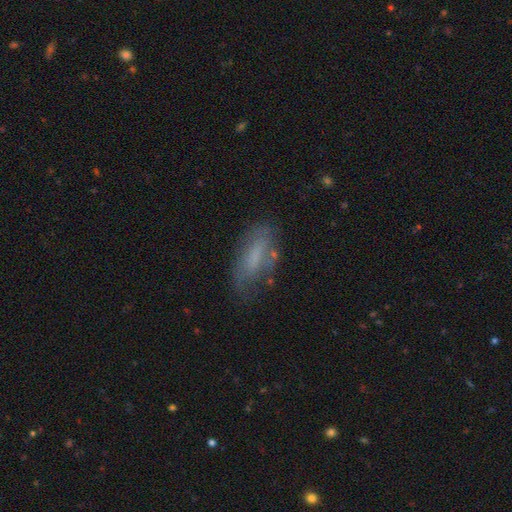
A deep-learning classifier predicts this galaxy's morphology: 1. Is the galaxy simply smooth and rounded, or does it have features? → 59% smooth, 32% featured or disk, 10% star or artifact.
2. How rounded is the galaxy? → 69% in between, 28% cigar-shaped, 2% round.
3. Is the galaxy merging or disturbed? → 57% none, 26% minor disturbance, 13% major disturbance, 3% merger.